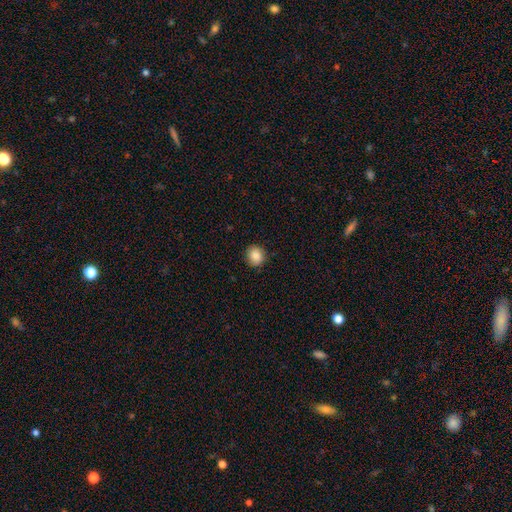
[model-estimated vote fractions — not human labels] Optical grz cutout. It shows a smooth galaxy with no disk features (86%) that is round (80%). Merging: none (87%).